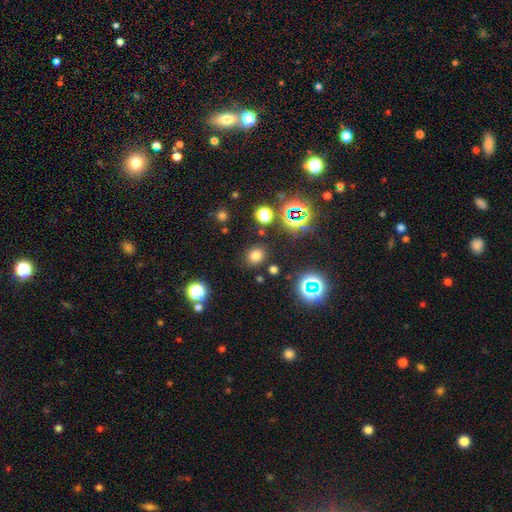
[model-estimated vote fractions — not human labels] Morphology: type=smooth (71%); roundness=round (73%); merging=none (84%).